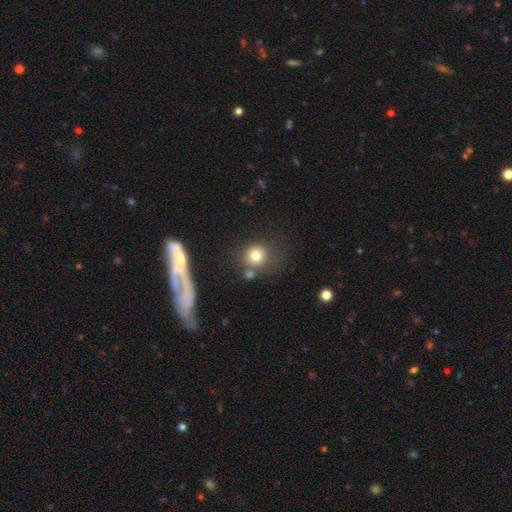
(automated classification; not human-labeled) smooth 78%, star or artifact 12%, featured or disk 10%. Down the decision tree: how rounded — round (88%); merging — none (67%).